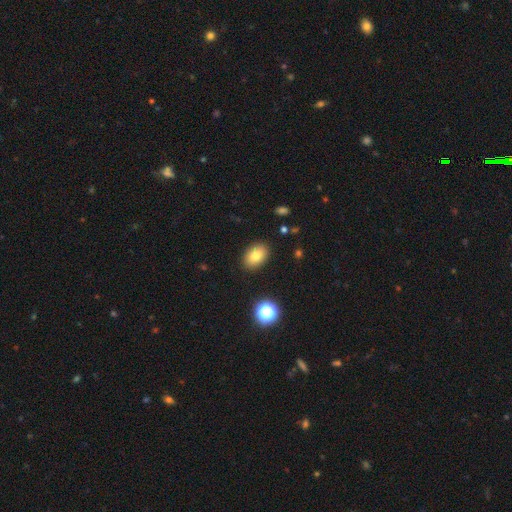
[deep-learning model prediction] smooth 79%, featured or disk 11%, star or artifact 10%. Down the decision tree: how rounded — in between (84%); merging — none (89%).